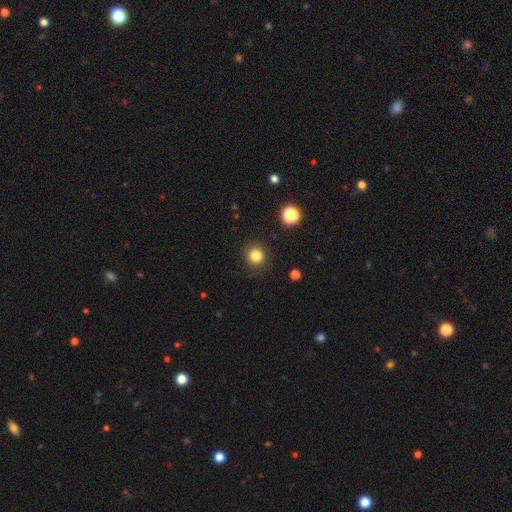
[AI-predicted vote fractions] Smooth or featured? Predicted: smooth (p=0.83). How rounded? Predicted: round (p=0.93). Merging? Predicted: none (p=0.90).